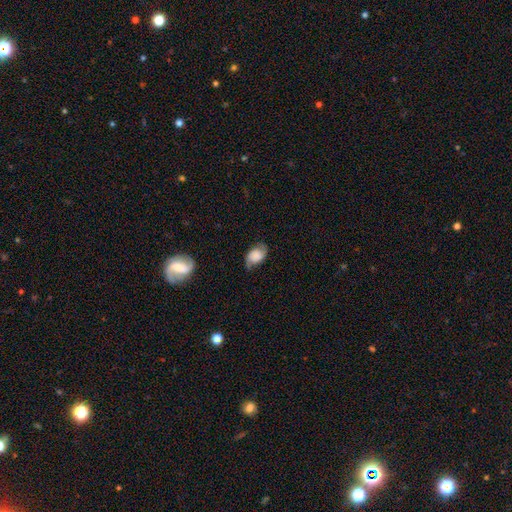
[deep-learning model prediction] Smooth or featured?
  - featured or disk: 46% *
  - smooth: 44%
  - star or artifact: 10%
Merging?
  - none: 64% *
  - minor disturbance: 25%
  - major disturbance: 9%
  - merger: 2%